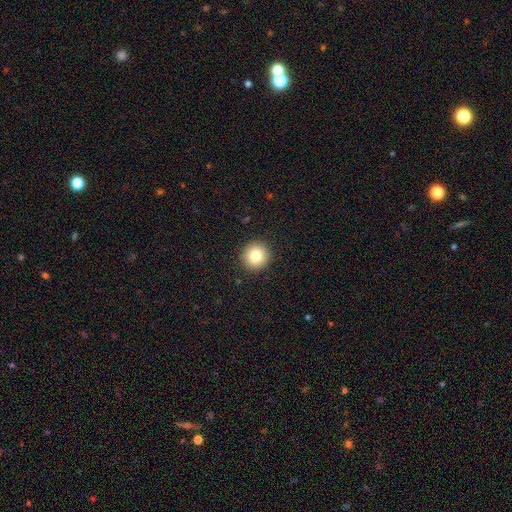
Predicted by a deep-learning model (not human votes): Smooth or featured? Predicted: smooth (p=0.80). How rounded? Predicted: round (p=0.95). Merging? Predicted: none (p=0.93).